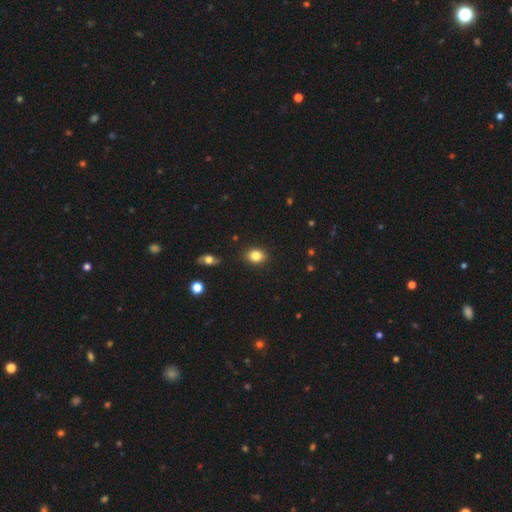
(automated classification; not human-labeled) Morphology: type=smooth (83%); roundness=in between (54%); merging=none (88%).